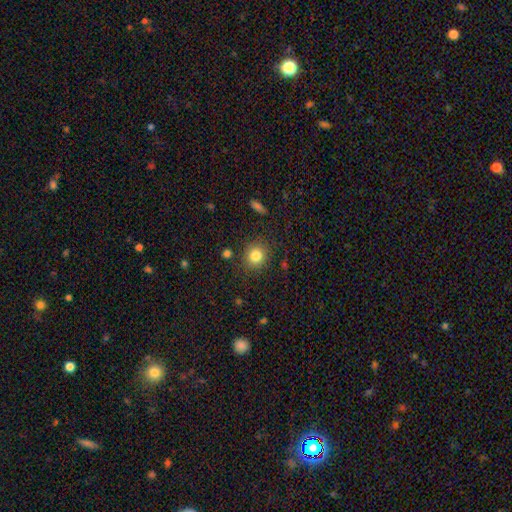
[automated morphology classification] Q: Smooth or featured?
A: smooth (82%); runner-up: star or artifact (11%)
Q: How rounded?
A: round (84%); runner-up: in between (15%)
Q: Merging?
A: none (86%); runner-up: minor disturbance (9%)